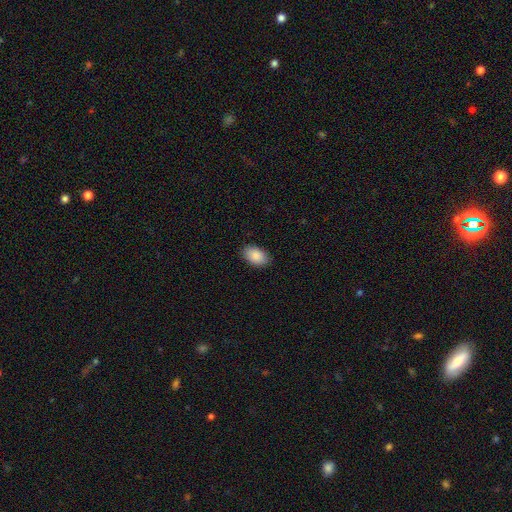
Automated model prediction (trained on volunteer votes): Q: Smooth or featured?
A: smooth (89%); runner-up: star or artifact (6%)
Q: How rounded?
A: in between (92%); runner-up: round (6%)
Q: Merging?
A: none (88%); runner-up: minor disturbance (9%)